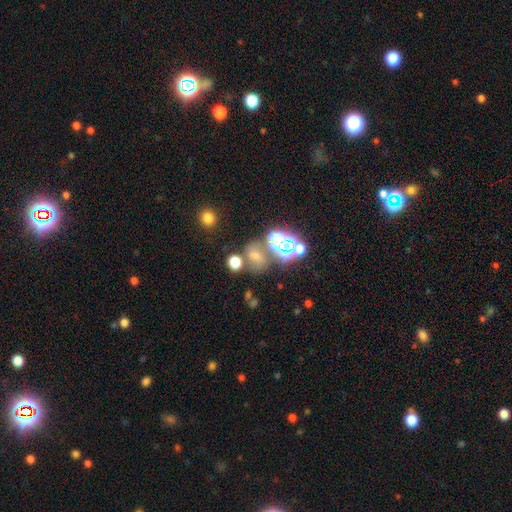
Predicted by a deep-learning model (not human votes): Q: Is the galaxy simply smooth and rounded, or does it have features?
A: smooth — 48%.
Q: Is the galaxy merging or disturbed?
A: none — 47%.